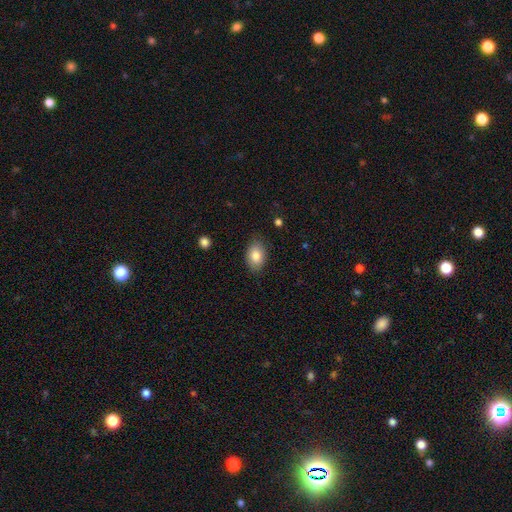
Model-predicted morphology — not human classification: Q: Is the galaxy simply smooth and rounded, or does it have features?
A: smooth — 84%.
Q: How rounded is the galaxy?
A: in between — 86%.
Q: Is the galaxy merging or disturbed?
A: none — 83%.